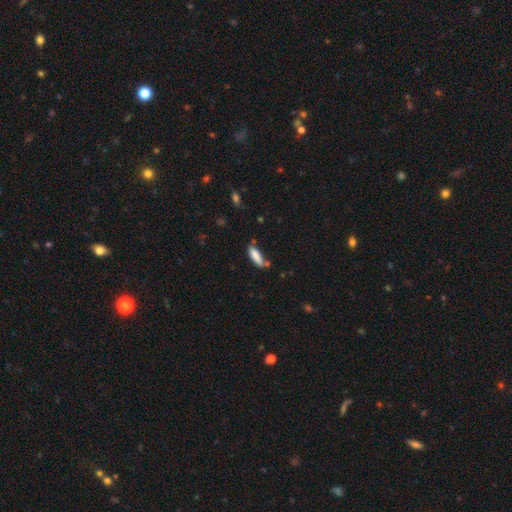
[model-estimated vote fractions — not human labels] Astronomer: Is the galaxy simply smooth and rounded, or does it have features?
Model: smooth — 82%.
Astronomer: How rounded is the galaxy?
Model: cigar-shaped — 57% (runner-up: in between, 42%).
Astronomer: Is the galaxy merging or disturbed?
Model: none — 62%.